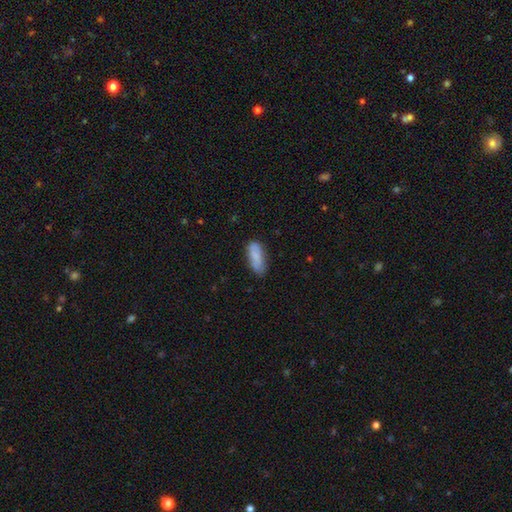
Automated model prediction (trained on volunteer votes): smooth-or-featured: smooth: 79% | featured or disk: 14% | star or artifact: 7%
  how-rounded: in between: 74% | cigar-shaped: 24% | round: 2%
  merging: none: 70% | minor disturbance: 23% | major disturbance: 5% | merger: 2%